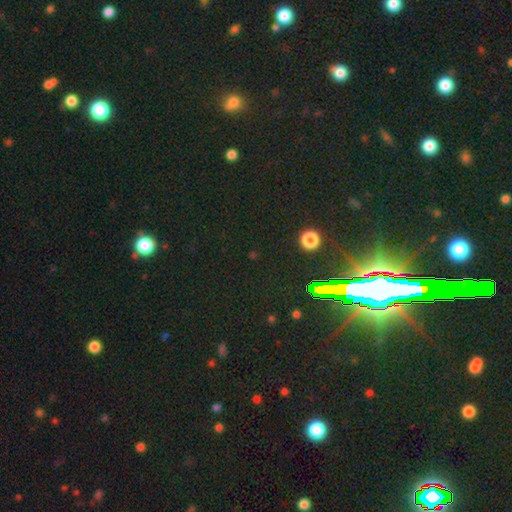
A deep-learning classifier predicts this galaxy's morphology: type=star or artifact (80%).